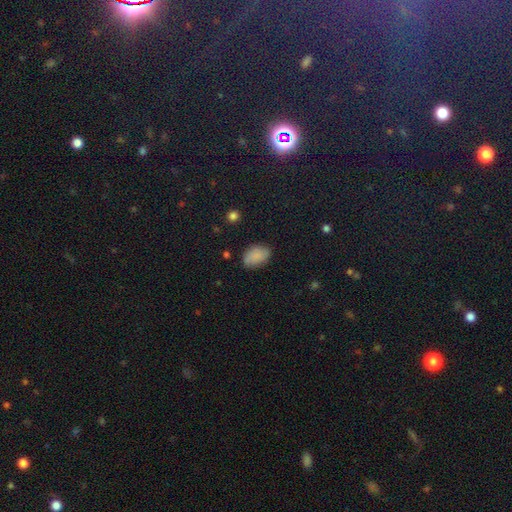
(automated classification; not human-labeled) smooth 84%, featured or disk 8%, star or artifact 8%. Down the decision tree: how rounded — in between (89%); merging — none (78%).